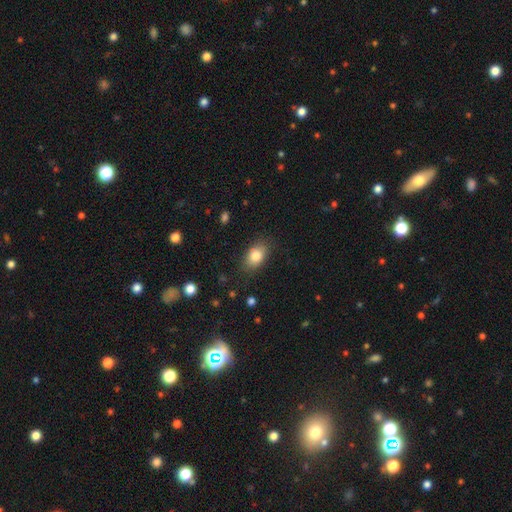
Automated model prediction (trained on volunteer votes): Overall: smooth (82%). How rounded: in between (84%). Merging: none (82%).